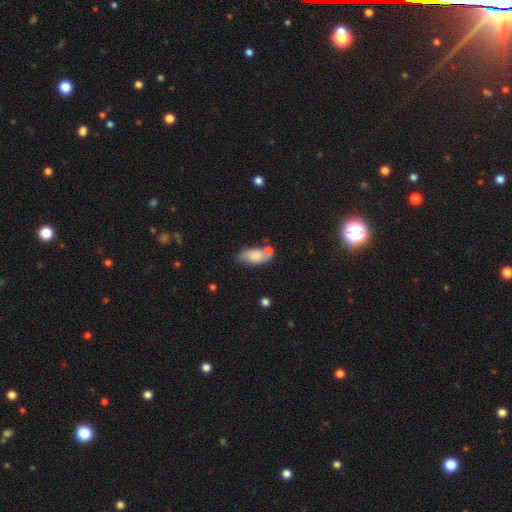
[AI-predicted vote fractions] smooth-or-featured: smooth: 68% | featured or disk: 25% | star or artifact: 8%
  how-rounded: in between: 91% | cigar-shaped: 6% | round: 4%
  merging: none: 48% | merger: 24% | minor disturbance: 21% | major disturbance: 7%